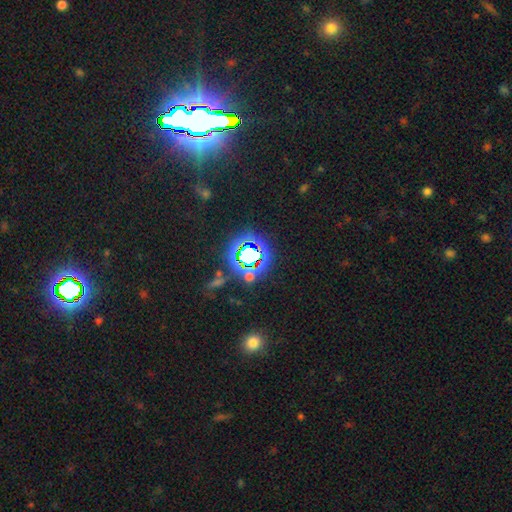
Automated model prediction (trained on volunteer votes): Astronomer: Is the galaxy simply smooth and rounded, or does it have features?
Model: star or artifact — 77%.